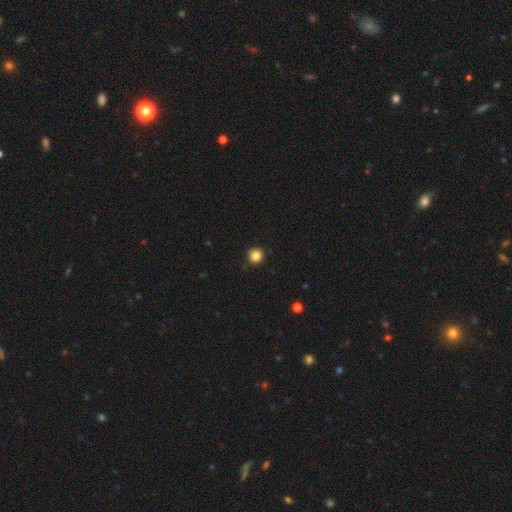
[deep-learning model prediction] Q: Smooth or featured?
A: smooth (85%); runner-up: star or artifact (11%)
Q: How rounded?
A: round (94%); runner-up: in between (5%)
Q: Merging?
A: none (90%); runner-up: minor disturbance (8%)